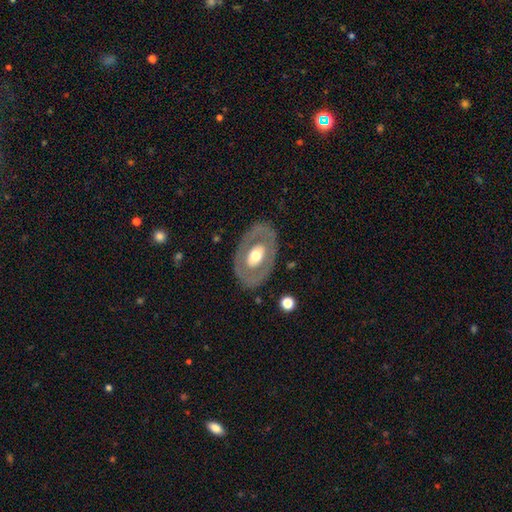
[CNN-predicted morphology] type=featured or disk (57%); edge-on=no (90%); bar=no (81%); spiral arms=no (90%); bulge=moderate (59%); merging=none (80%).